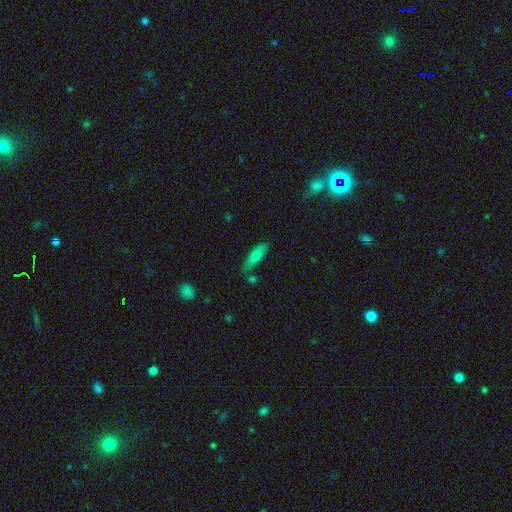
Q: Smooth or featured?
A: smooth (78%); runner-up: featured or disk (20%)
Q: How rounded?
A: in between (55%); runner-up: cigar-shaped (45%)
Q: Merging?
A: none (59%); runner-up: minor disturbance (33%)